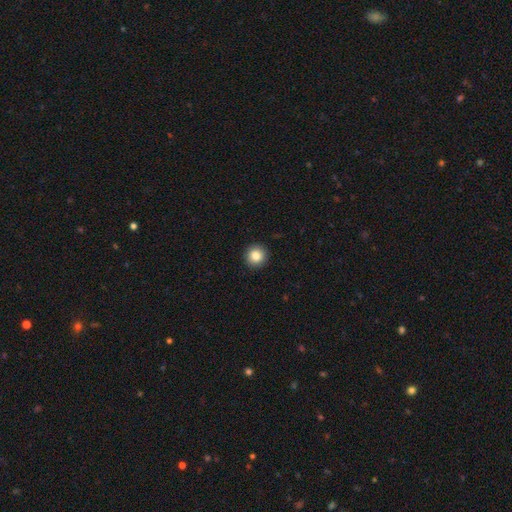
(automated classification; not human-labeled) Morphology: type=smooth (86%); roundness=round (94%); merging=none (92%).